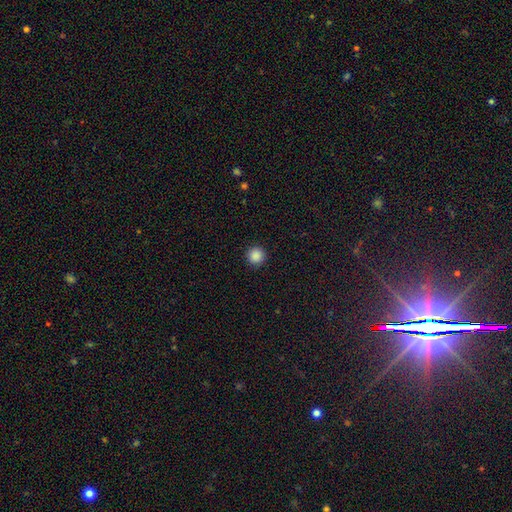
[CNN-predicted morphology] Smooth or featured? smooth (88%)
How rounded? round (96%)
Merging? none (93%)